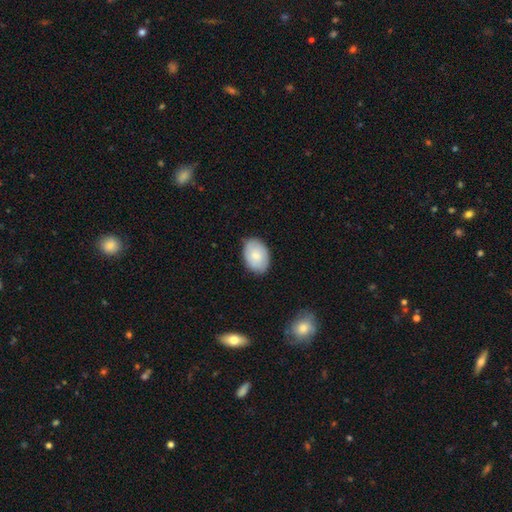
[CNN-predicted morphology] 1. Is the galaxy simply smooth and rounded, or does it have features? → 74% smooth, 20% featured or disk, 6% star or artifact.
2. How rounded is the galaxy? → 86% in between, 13% round, 1% cigar-shaped.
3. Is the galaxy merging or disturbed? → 81% none, 15% minor disturbance, 3% major disturbance, 1% merger.